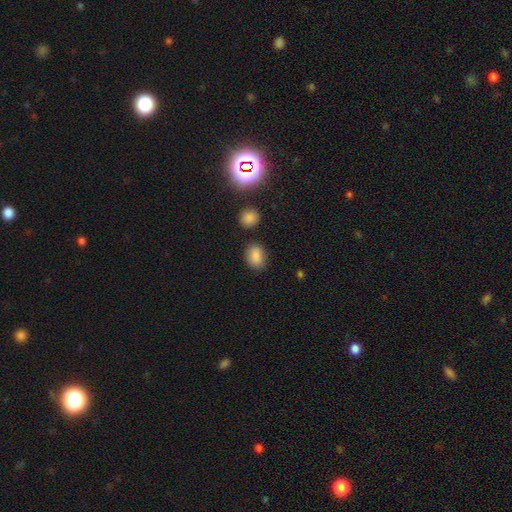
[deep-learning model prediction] Morphology: type=smooth (86%); roundness=in between (70%); merging=none (81%).